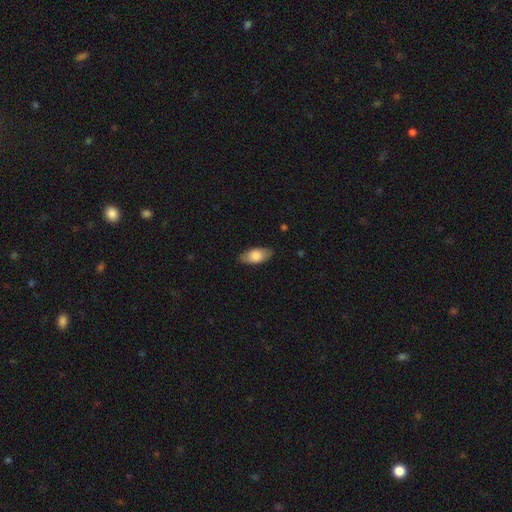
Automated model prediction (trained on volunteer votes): smooth 79%, featured or disk 14%, star or artifact 6%. Down the decision tree: how rounded — in between (90%); merging — none (83%).